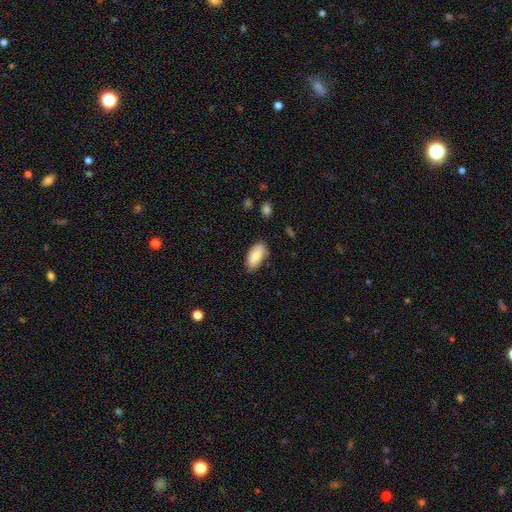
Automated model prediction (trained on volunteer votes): Smooth or featured? smooth (81%)
How rounded? in between (93%)
Merging? none (80%)